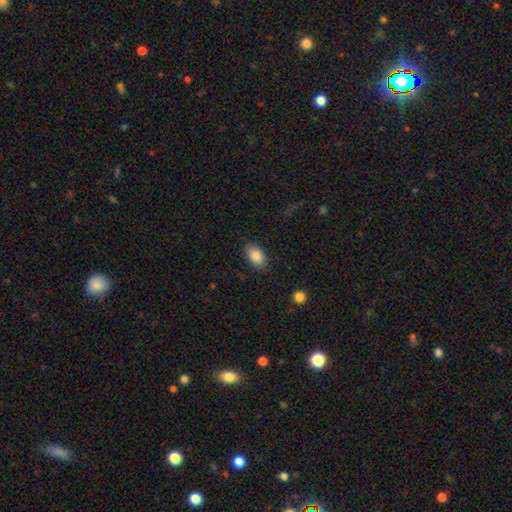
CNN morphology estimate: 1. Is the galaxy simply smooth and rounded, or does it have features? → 87% smooth, 7% star or artifact, 6% featured or disk.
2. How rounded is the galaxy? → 90% in between, 8% round, 2% cigar-shaped.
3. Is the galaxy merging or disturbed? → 85% none, 11% minor disturbance, 3% major disturbance, 1% merger.